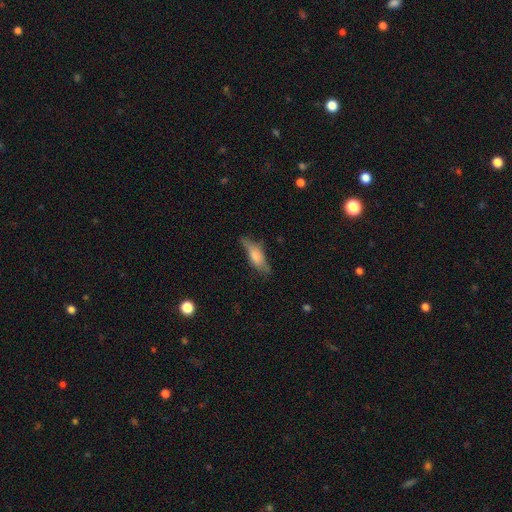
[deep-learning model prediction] smooth-or-featured: smooth: 66% | featured or disk: 27% | star or artifact: 7%
  how-rounded: in between: 51% | cigar-shaped: 46% | round: 2%
  merging: none: 59% | minor disturbance: 29% | major disturbance: 10% | merger: 2%